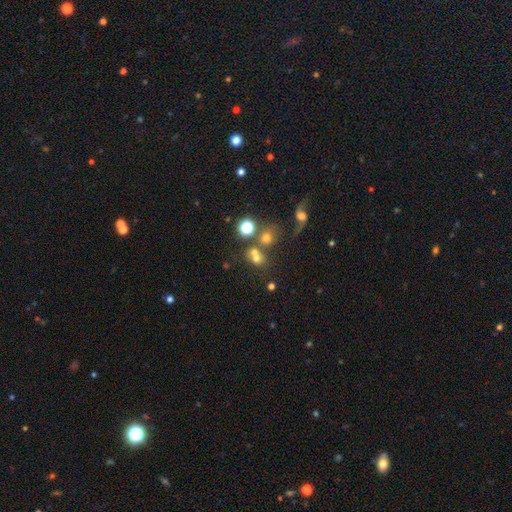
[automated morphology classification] The model was most divided on "merging": none: 48%, merger: 35%, minor disturbance: 10%, major disturbance: 7%. More confident: how rounded — round (74%); smooth or featured — smooth (57%).